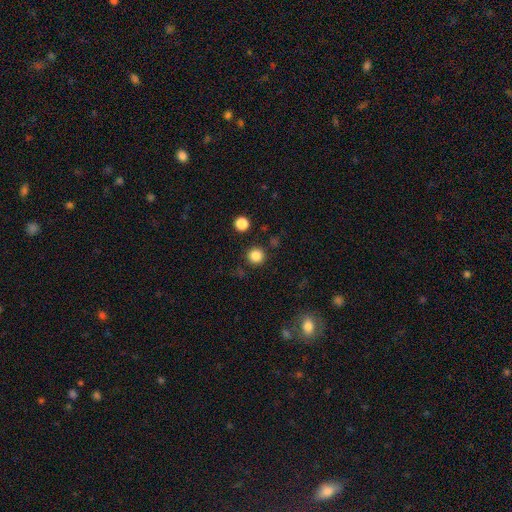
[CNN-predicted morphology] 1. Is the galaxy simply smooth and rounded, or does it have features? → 85% smooth, 12% star or artifact, 4% featured or disk.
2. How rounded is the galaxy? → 95% round, 4% in between, 1% cigar-shaped.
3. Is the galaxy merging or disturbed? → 90% none, 6% minor disturbance, 2% merger, 2% major disturbance.